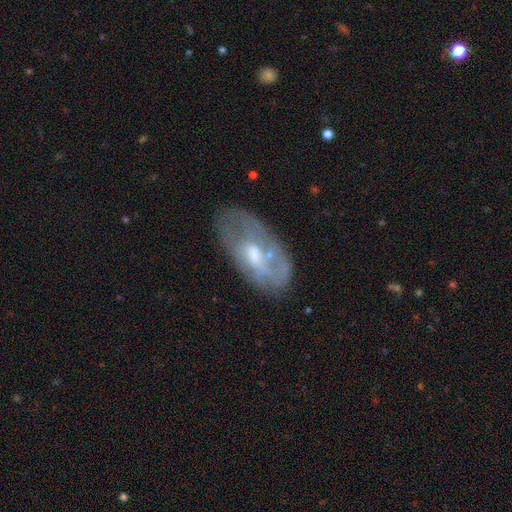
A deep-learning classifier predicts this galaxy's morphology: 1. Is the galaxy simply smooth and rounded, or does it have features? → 57% featured or disk, 36% smooth, 7% star or artifact.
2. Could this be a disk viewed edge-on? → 91% no, 9% yes.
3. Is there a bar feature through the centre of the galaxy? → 58% no, 35% weak, 7% strong.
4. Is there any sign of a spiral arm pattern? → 58% no, 42% yes.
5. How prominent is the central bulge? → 58% moderate, 28% small, 6% large, 6% none, 1% dominant.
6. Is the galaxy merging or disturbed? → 56% none, 25% minor disturbance, 14% major disturbance, 5% merger.